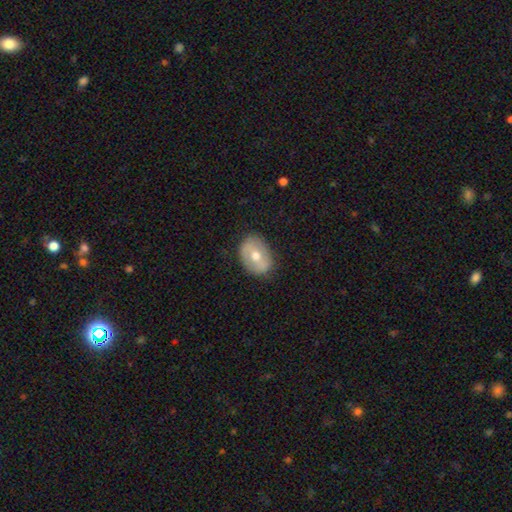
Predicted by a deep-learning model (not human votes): This is possibly a featured or disk galaxy (48%). Merging: clearly none (83%).